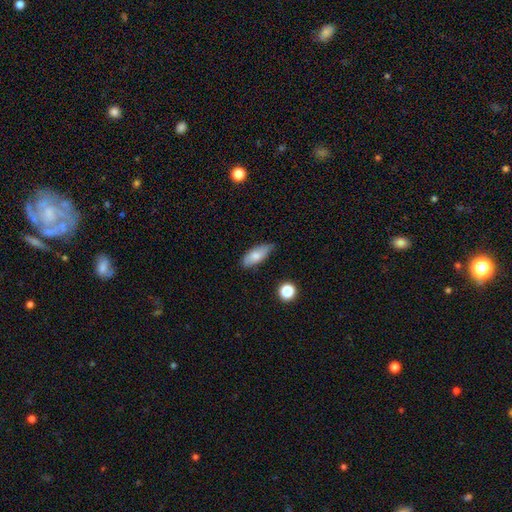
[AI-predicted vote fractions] A smooth galaxy with no disk features (76%) that is in between round and cigar-shaped (76%).

Vote fractions:
- Smooth or featured? smooth: 76% / featured or disk: 17% / star or artifact: 7%
- How rounded? in between: 76% / cigar-shaped: 21% / round: 3%
- Merging? none: 65% / minor disturbance: 28% / major disturbance: 4% / merger: 2%